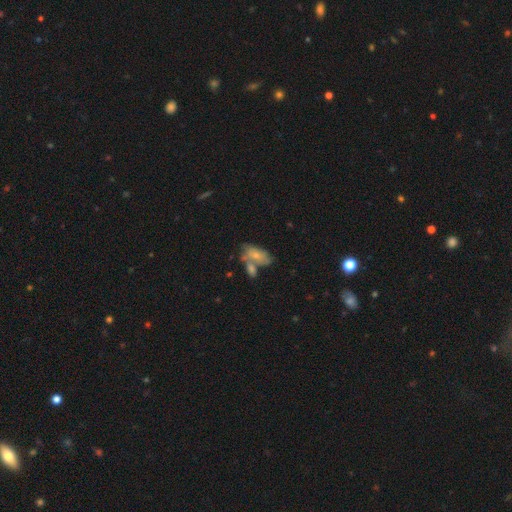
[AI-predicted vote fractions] A smooth galaxy with no disk features (61%) that is in between round and cigar-shaped (90%). Merging: merger (41%).